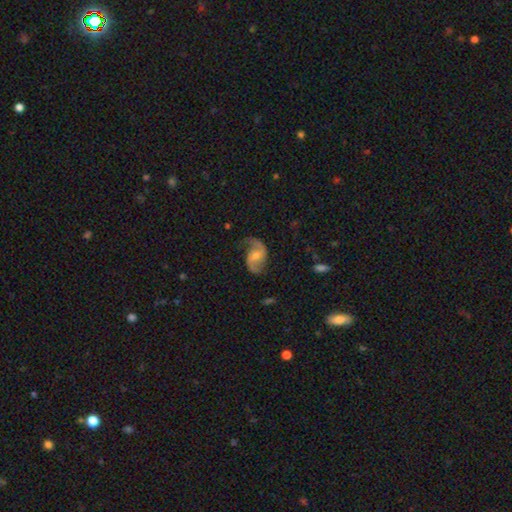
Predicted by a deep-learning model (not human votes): Q: Smooth or featured?
A: featured or disk (85%); runner-up: smooth (9%)
Q: Edge-on disk?
A: no (97%); runner-up: yes (3%)
Q: Bar?
A: no (47%); runner-up: weak (40%)
Q: Spiral arms?
A: yes (96%); runner-up: no (4%)
Q: Spiral winding?
A: loose (51%); runner-up: medium (38%)
Q: Spiral arm count?
A: 2 (88%); runner-up: 1 (6%)
Q: Bulge size?
A: moderate (50%); runner-up: small (45%)
Q: Merging?
A: none (67%); runner-up: minor disturbance (20%)